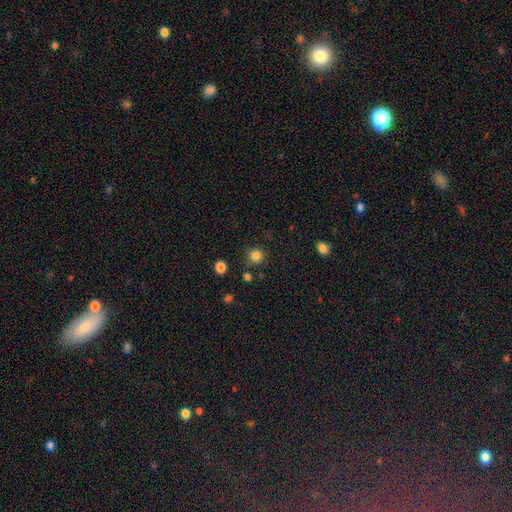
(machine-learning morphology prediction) This is clearly a smooth galaxy (83%). How rounded: clearly round (92%). Merging: clearly none (83%).